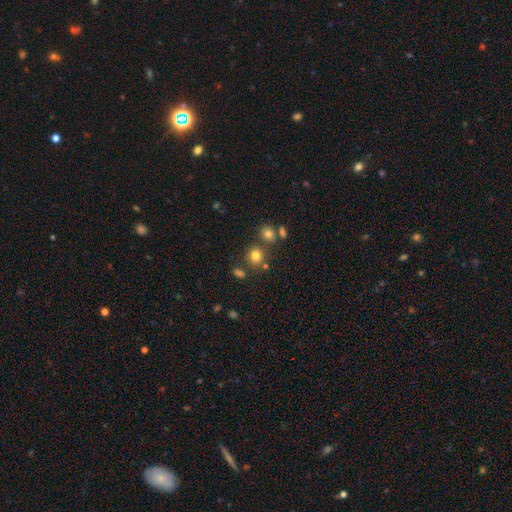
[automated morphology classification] A smooth galaxy with no disk features (78%) that is round (82%). Merging: none (74%).